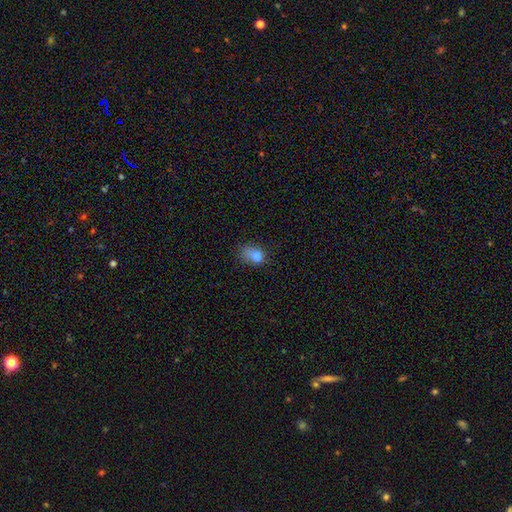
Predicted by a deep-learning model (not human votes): The model was most divided on "merging": none: 37%, minor disturbance: 35%, major disturbance: 23%, merger: 5%. More confident: smooth or featured — smooth (77%); how rounded — in between (59%).